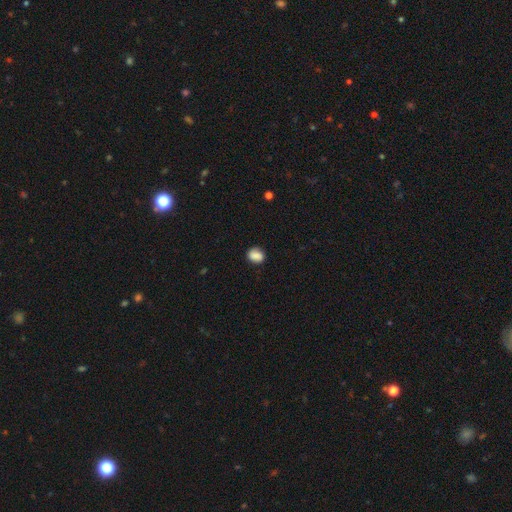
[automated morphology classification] A smooth galaxy with no disk features (82%) that is round (50%). Merging: none (77%).